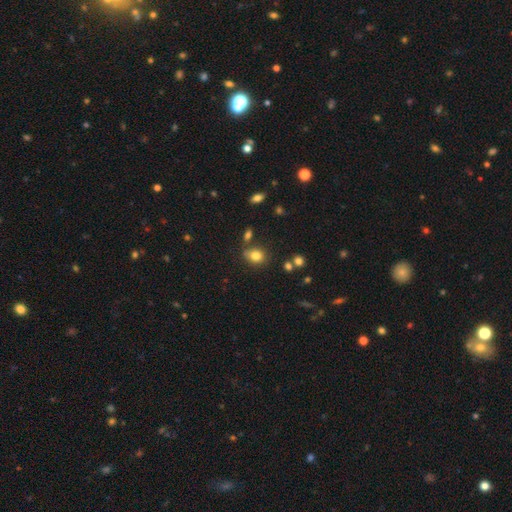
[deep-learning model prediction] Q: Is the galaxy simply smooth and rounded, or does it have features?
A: smooth — 80%.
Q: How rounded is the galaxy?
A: in between — 55%.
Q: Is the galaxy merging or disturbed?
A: none — 64%.